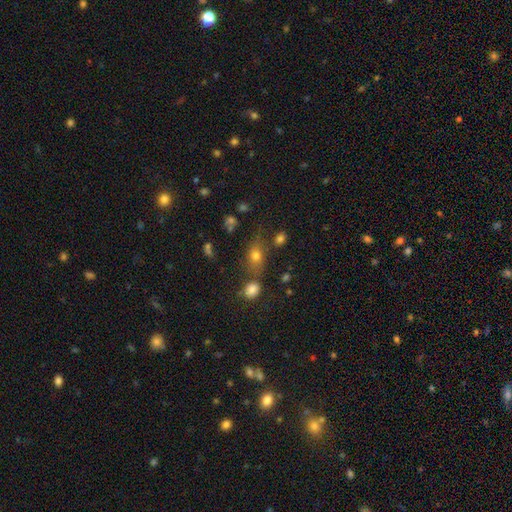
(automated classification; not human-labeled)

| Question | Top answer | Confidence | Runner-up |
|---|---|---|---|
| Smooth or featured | smooth | 70% | star or artifact (16%) |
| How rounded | in between | 66% | round (30%) |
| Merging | none | 60% | minor disturbance (19%) |